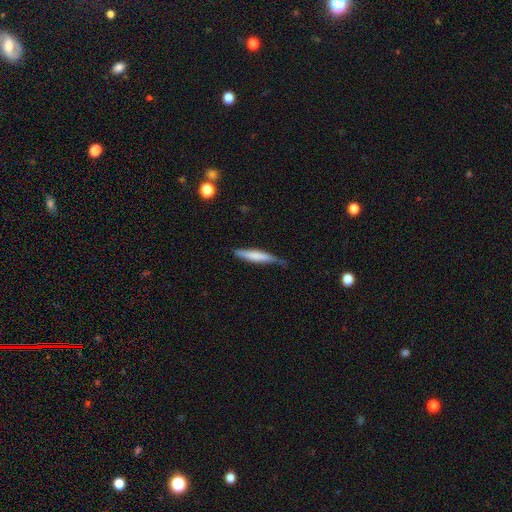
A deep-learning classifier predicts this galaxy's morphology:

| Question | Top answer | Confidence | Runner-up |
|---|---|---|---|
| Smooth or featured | smooth | 66% | featured or disk (29%) |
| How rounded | cigar-shaped | 90% | in between (8%) |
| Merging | none | 63% | minor disturbance (29%) |